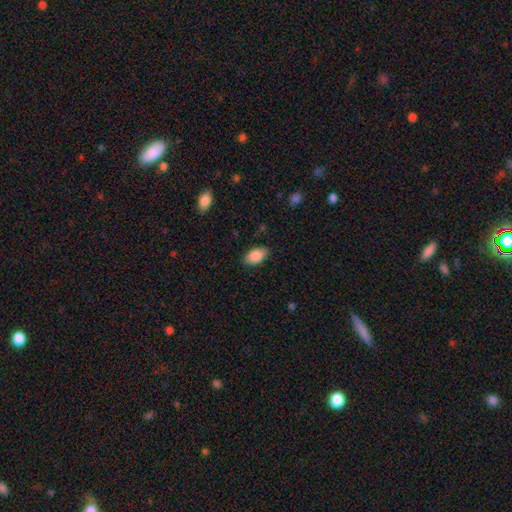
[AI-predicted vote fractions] Morphology: type=smooth (88%); roundness=in between (93%); merging=none (86%).